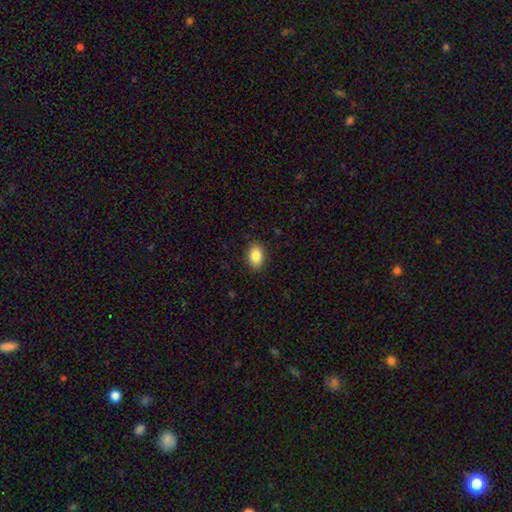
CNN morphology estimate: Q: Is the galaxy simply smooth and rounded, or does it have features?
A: smooth — 86%.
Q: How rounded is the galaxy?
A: in between — 83%.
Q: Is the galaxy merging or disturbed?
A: none — 89%.